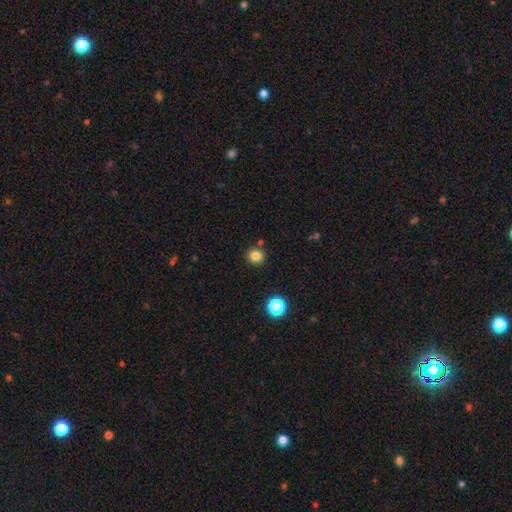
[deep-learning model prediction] The model was most divided on "how rounded": round: 84%, in between: 15%, cigar-shaped: 1%. More confident: merging — none (85%); smooth or featured — smooth (82%).